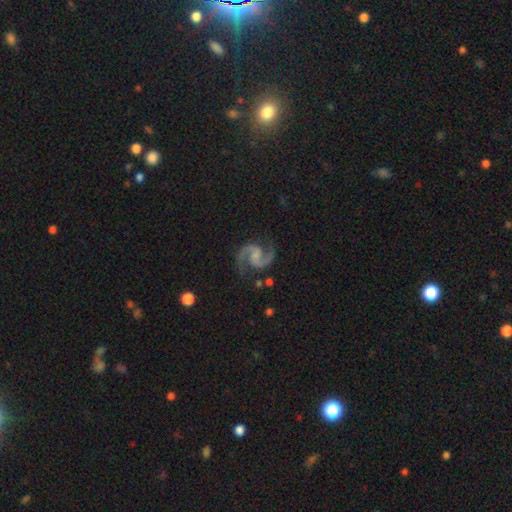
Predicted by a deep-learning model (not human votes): Smooth or featured? Predicted: featured or disk (p=0.93). Edge-on disk? Predicted: no (p=0.99). Bar? Predicted: weak (p=0.45). Spiral arms? Predicted: yes (p=0.99). Spiral winding? Predicted: medium (p=0.67). Spiral arm count? Predicted: 2 (p=0.95). Bulge size? Predicted: none (p=0.42). Merging? Predicted: none (p=0.80).